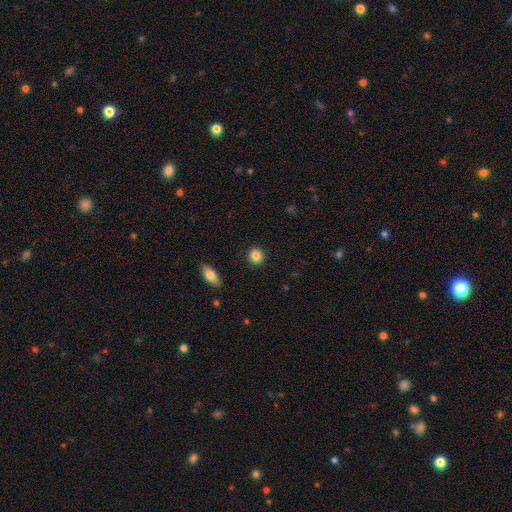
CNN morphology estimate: Smooth or featured? Predicted: smooth (p=0.86). How rounded? Predicted: round (p=0.89). Merging? Predicted: none (p=0.92).